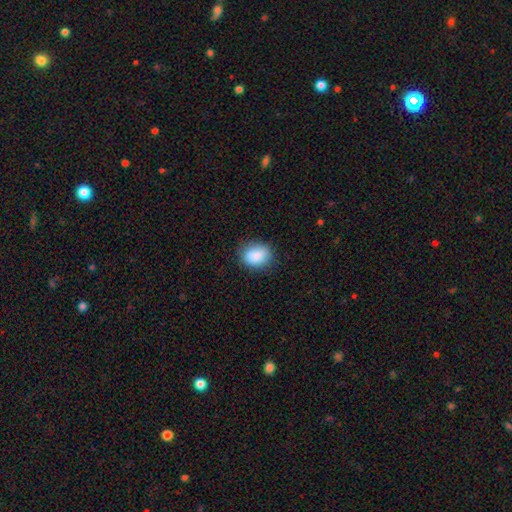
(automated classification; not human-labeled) A smooth galaxy with no disk features (85%) that is round (50%).

Vote fractions:
- Smooth or featured? smooth: 85% / star or artifact: 8% / featured or disk: 7%
- How rounded? round: 50% / in between: 49% / cigar-shaped: 1%
- Merging? none: 79% / minor disturbance: 16% / major disturbance: 4% / merger: 1%